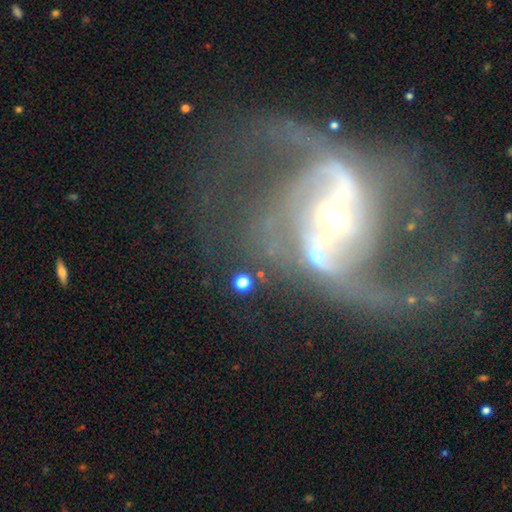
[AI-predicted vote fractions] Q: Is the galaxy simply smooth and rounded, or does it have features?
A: featured or disk — 88%.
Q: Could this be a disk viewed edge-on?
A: no — 97%.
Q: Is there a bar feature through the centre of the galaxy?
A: strong — 47%.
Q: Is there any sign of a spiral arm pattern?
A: yes — 94%.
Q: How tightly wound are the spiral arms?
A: loose — 49%.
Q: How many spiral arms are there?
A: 2 — 80%.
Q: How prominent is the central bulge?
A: small — 51%.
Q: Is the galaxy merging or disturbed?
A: none — 44%.